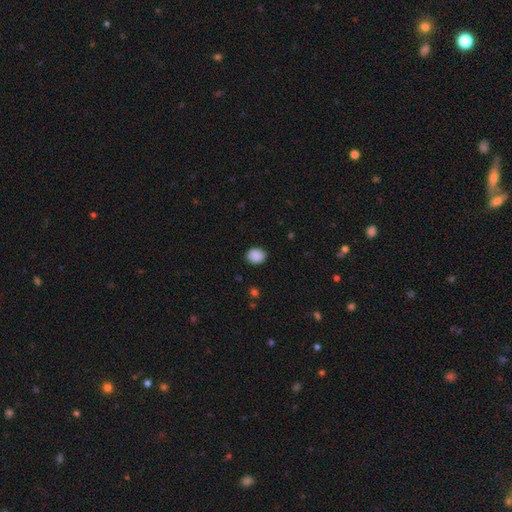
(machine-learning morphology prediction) The model was most divided on "how rounded": round: 54%, in between: 45%, cigar-shaped: 1%. More confident: smooth or featured — smooth (89%); merging — none (88%).